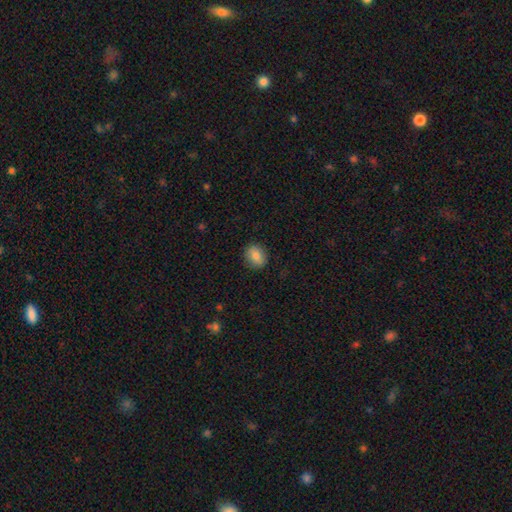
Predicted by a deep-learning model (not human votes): Smooth or featured?
  - smooth: 81% *
  - featured or disk: 10%
  - star or artifact: 9%
How rounded?
  - round: 53% *
  - in between: 46%
  - cigar-shaped: 1%
Merging?
  - none: 88% *
  - minor disturbance: 9%
  - major disturbance: 2%
  - merger: 1%